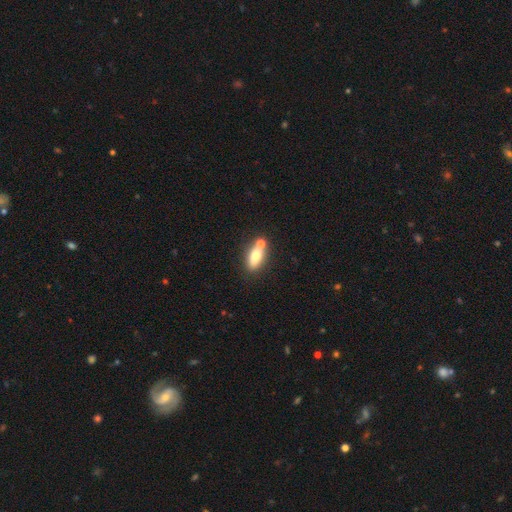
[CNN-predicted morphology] smooth 74%, featured or disk 18%, star or artifact 8%. Down the decision tree: how rounded — in between (76%); merging — none (57%).